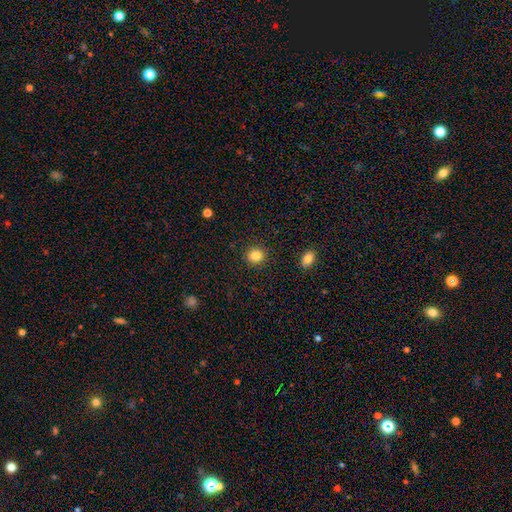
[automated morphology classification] smooth-or-featured: smooth: 85% | star or artifact: 10% | featured or disk: 5%
  how-rounded: round: 86% | in between: 13% | cigar-shaped: 1%
  merging: none: 91% | minor disturbance: 6% | major disturbance: 2% | merger: 1%